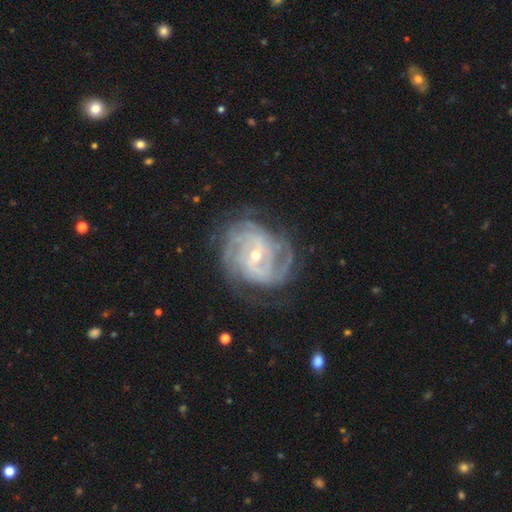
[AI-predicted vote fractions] smooth-or-featured: featured or disk: 89% | star or artifact: 5% | smooth: 5%
  disk-edge-on: no: 97% | yes: 3%
    bar: no: 43% | weak: 41% | strong: 16%
    has-spiral-arms: yes: 97% | no: 3%
      spiral-winding: tight: 65% | medium: 29% | loose: 6%
      spiral-arm-count: can't tell: 28% | 2: 25% | 3: 19% | 4: 14% | more than 4: 8% | 1: 6%
    bulge-size: small: 60% | moderate: 37% | large: 1% | none: 1% | dominant: 1%
  merging: none: 70% | minor disturbance: 18% | major disturbance: 10% | merger: 1%